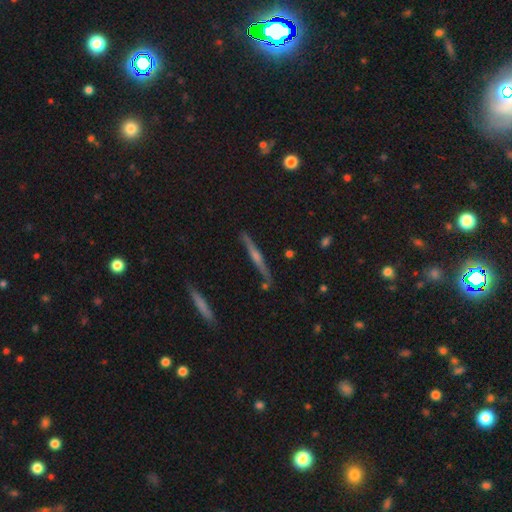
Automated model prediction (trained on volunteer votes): Smooth or featured: featured or disk — 71% (smooth — 23%)
Edge-on disk: yes — 97% (no — 3%)
Edge-on bulge: rounded — 66% (none — 22%)
Merging: none — 86% (minor disturbance — 10%)